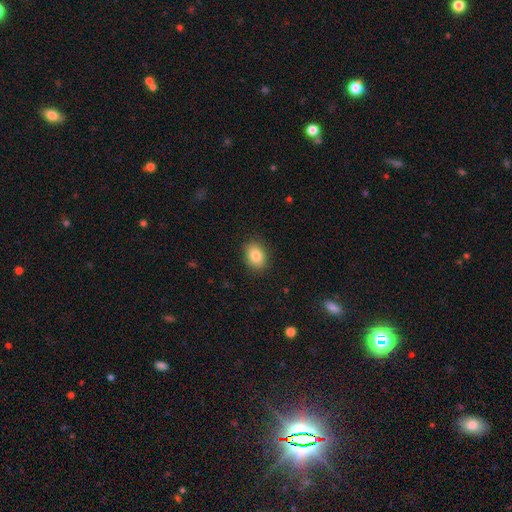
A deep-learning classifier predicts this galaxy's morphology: Overall: smooth (85%). How rounded: in between (69%; round 30%). Merging: none (88%).